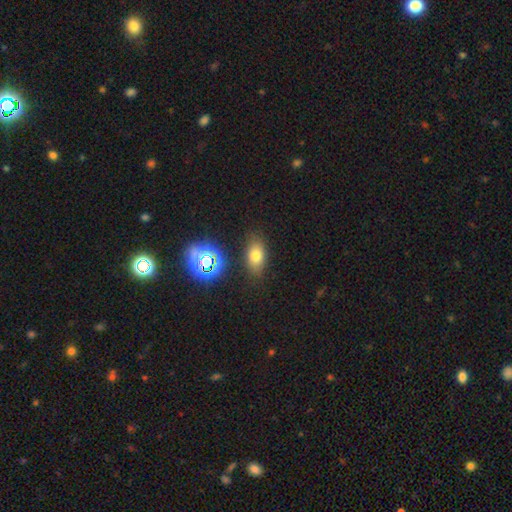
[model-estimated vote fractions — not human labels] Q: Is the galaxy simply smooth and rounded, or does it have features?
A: smooth — 68%.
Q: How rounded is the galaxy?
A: in between — 81%.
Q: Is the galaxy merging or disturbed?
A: none — 81%.